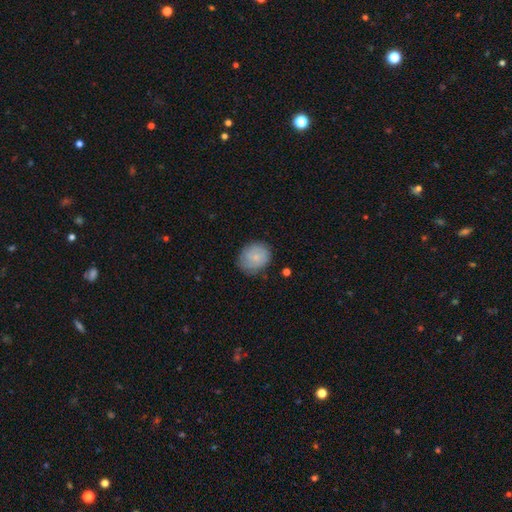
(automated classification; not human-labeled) Smooth or featured? Predicted: smooth (p=0.66). How rounded? Predicted: round (p=0.67). Merging? Predicted: none (p=0.74).